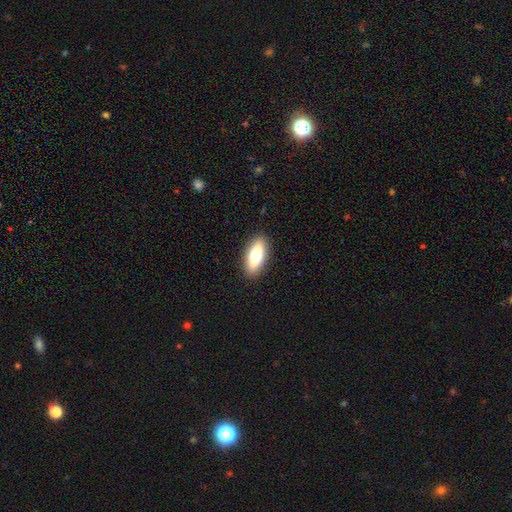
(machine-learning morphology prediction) Smooth or featured? smooth (69%)
How rounded? in between (77%)
Merging? none (90%)